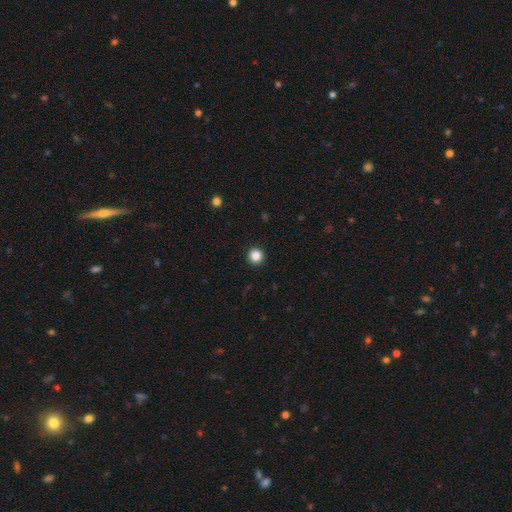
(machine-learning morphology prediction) A smooth galaxy with no disk features (85%) that is round (95%). Merging: none (94%).